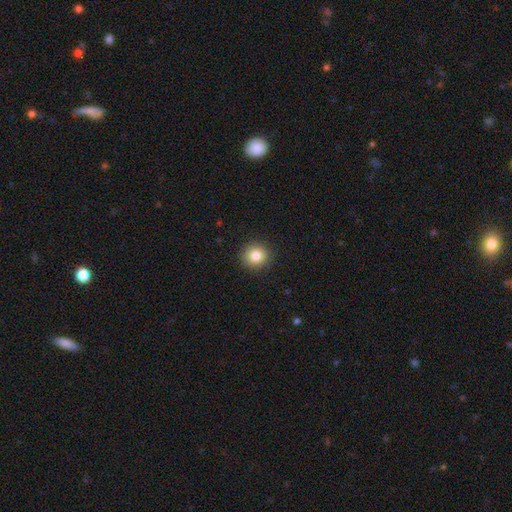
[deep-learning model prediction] Overall: smooth (83%). How rounded: round (92%). Merging: none (91%).